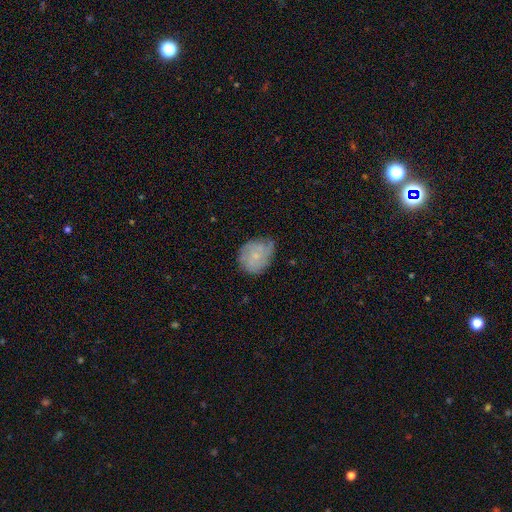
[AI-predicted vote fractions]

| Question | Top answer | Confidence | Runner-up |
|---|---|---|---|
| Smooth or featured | featured or disk | 52% | smooth (39%) |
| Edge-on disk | no | 97% | yes (3%) |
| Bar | no | 81% | weak (17%) |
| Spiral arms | yes | 80% | no (20%) |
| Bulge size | small | 72% | moderate (19%) |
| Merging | none | 61% | minor disturbance (29%) |